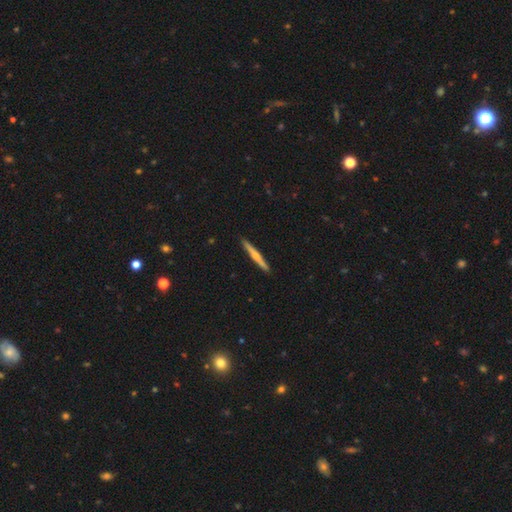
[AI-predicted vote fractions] Smooth or featured: featured or disk — 56% (smooth — 39%)
Edge-on disk: yes — 97% (no — 3%)
Edge-on bulge: rounded — 76% (none — 20%)
Merging: none — 91% (minor disturbance — 6%)